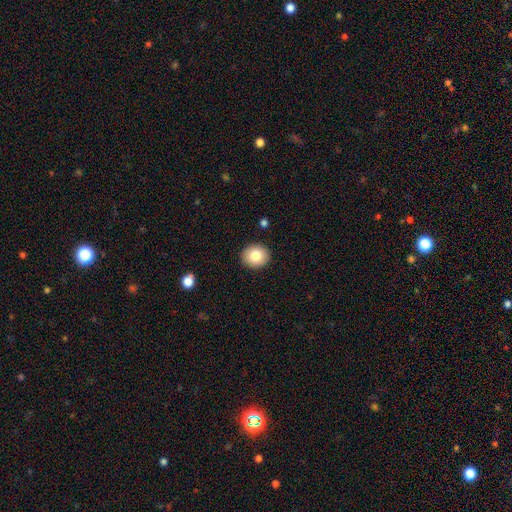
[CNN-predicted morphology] The model was most divided on "how rounded": round: 78%, in between: 21%, cigar-shaped: 1%. More confident: merging — none (91%); smooth or featured — smooth (81%).